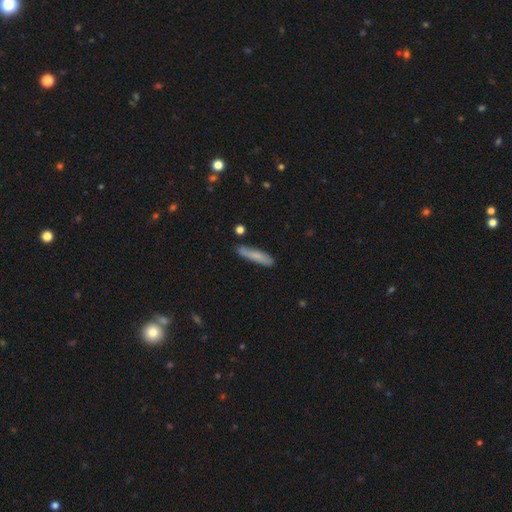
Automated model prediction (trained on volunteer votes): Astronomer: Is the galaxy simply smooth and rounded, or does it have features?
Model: smooth — 74%.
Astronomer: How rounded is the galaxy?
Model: cigar-shaped — 87%.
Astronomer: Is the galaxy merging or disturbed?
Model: none — 78%.